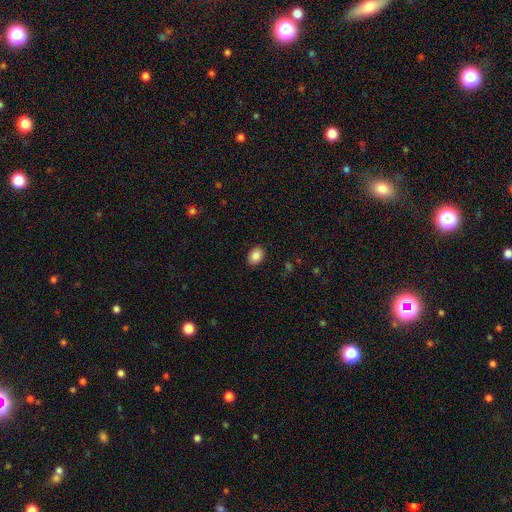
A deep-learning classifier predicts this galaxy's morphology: Overall: smooth (88%). How rounded: in between (68%; round 31%). Merging: none (89%).